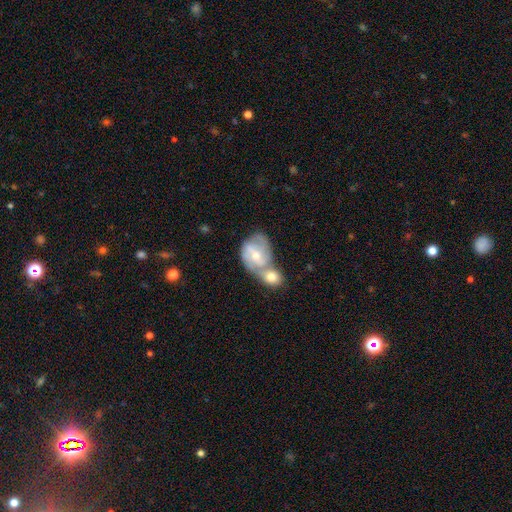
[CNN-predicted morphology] Smooth or featured: featured or disk — 67% (smooth — 28%)
Edge-on disk: no — 97% (yes — 3%)
Bar: weak — 45% (no — 42%)
Spiral arms: yes — 85% (no — 15%)
Spiral winding: medium — 48% (tight — 35%)
Spiral arm count: 2 — 65% (can't tell — 18%)
Bulge size: moderate — 50% (small — 46%)
Merging: merger — 67% (none — 19%)